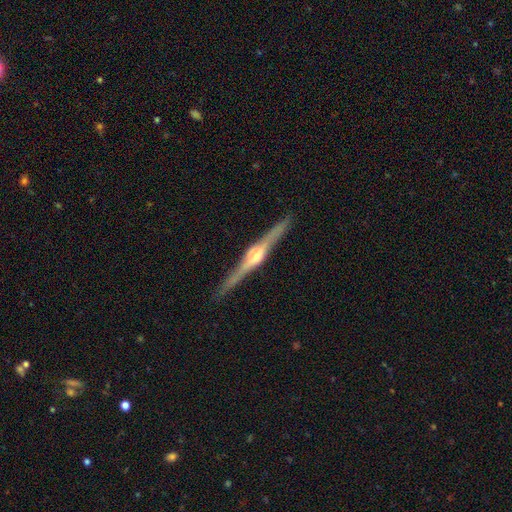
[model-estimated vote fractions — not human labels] Q: Smooth or featured?
A: featured or disk (87%); runner-up: smooth (8%)
Q: Edge-on disk?
A: yes (99%); runner-up: no (1%)
Q: Edge-on bulge?
A: rounded (83%); runner-up: boxy (13%)
Q: Merging?
A: none (91%); runner-up: minor disturbance (7%)